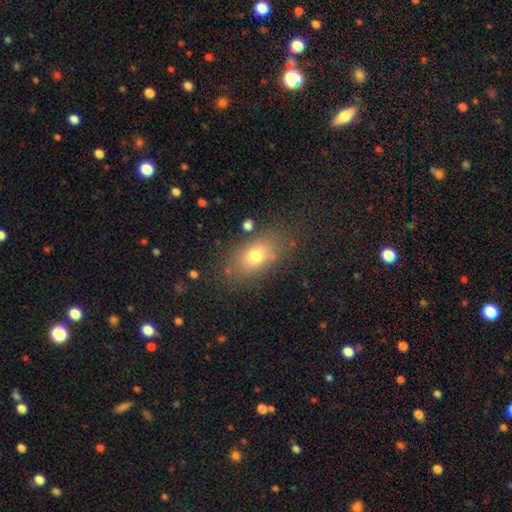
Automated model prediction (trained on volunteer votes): This is likely a smooth galaxy (74%). How rounded: clearly in between (82%). Merging: likely none (79%).